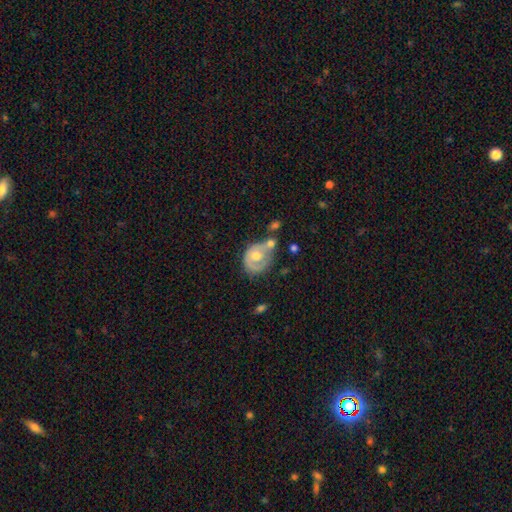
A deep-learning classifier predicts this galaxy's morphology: This appears to be a featured or disk galaxy (55%) with no bar (80%), spiral arms (58%) and a moderate central bulge (68%). Merging: none (29%, tied with merger).